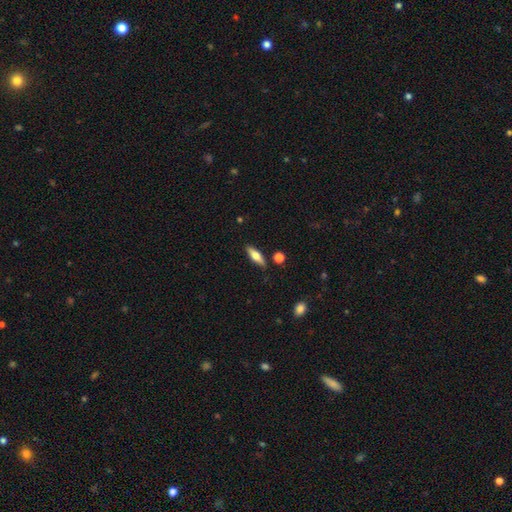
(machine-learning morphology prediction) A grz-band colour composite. It shows a smooth galaxy with no disk features (53%) that is cigar-shaped (54%). Merging: none (84%).